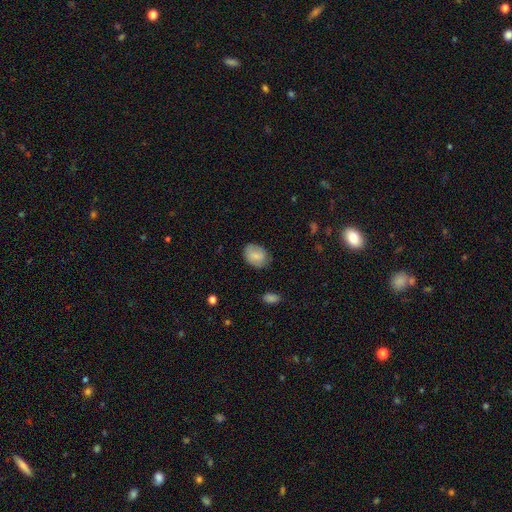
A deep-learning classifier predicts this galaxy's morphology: Smooth or featured: smooth — 76% (featured or disk — 17%)
How rounded: in between — 68% (round — 31%)
Merging: none — 72% (minor disturbance — 22%)